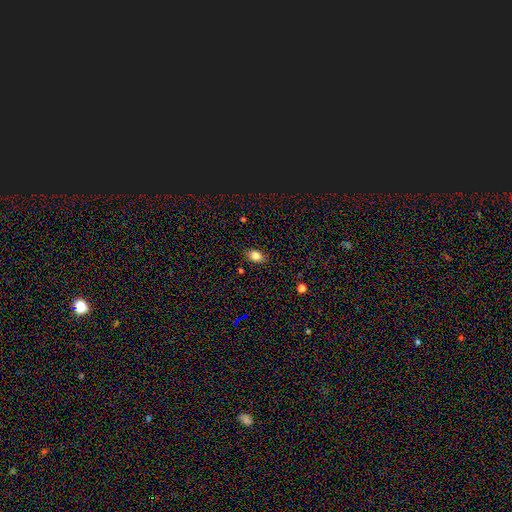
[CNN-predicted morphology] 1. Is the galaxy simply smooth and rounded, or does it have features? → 82% smooth, 10% star or artifact, 8% featured or disk.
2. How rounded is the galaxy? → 81% in between, 17% round, 2% cigar-shaped.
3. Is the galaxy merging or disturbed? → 86% none, 11% minor disturbance, 2% major disturbance, 1% merger.